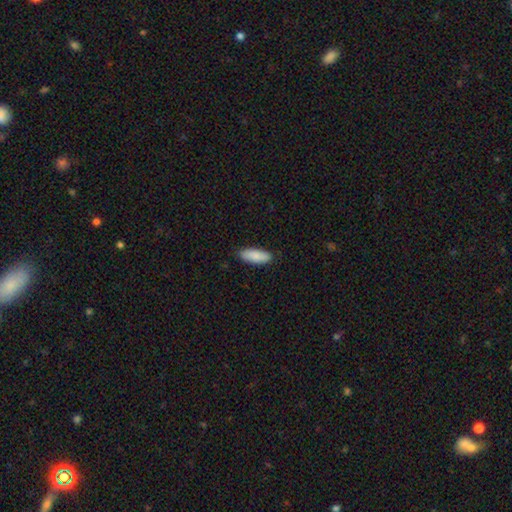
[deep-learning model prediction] A smooth galaxy with no disk features (88%) that is in between round and cigar-shaped (70%). Merging: none (87%).